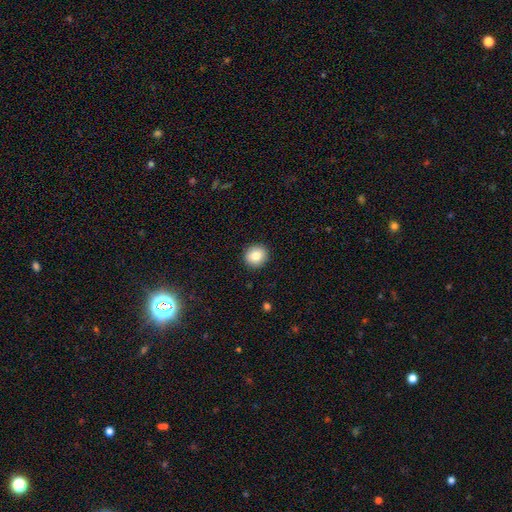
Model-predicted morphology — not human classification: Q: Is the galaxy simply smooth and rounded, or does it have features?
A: smooth — 85%.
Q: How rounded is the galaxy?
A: round — 89%.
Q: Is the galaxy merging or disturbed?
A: none — 91%.